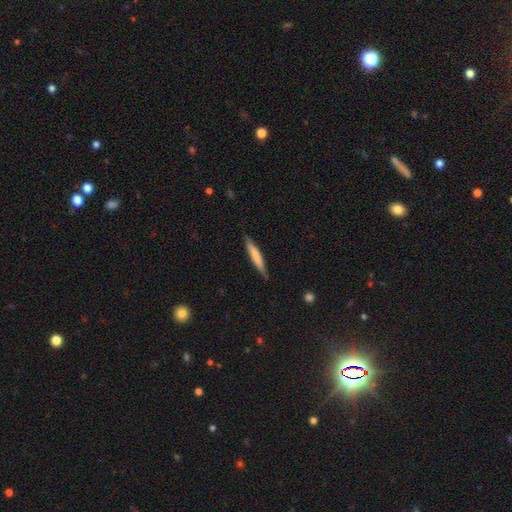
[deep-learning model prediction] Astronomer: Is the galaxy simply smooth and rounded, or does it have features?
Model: smooth — 69%.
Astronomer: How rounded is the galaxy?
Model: cigar-shaped — 93%.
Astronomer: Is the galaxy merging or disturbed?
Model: none — 84%.